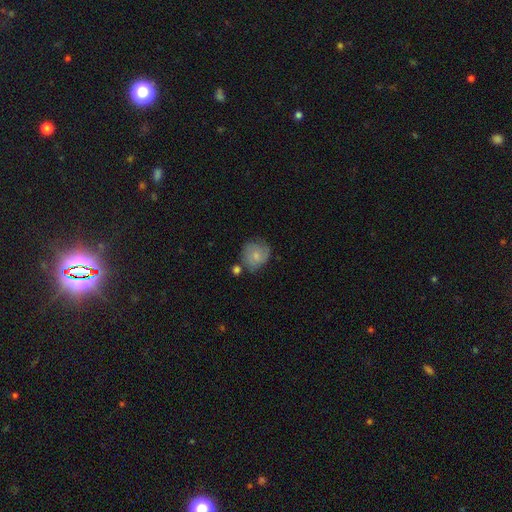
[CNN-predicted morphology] smooth-or-featured: smooth: 75% | featured or disk: 17% | star or artifact: 7%
  how-rounded: round: 81% | in between: 18% | cigar-shaped: 1%
  merging: none: 59% | minor disturbance: 24% | merger: 10% | major disturbance: 7%